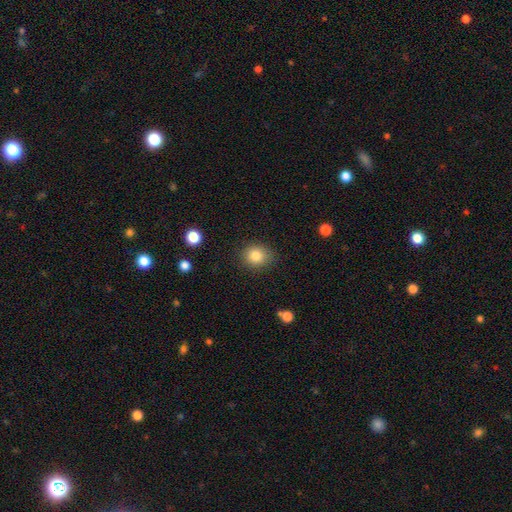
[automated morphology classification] Smooth or featured?
  - smooth: 84% *
  - star or artifact: 10%
  - featured or disk: 6%
How rounded?
  - round: 70% *
  - in between: 29%
  - cigar-shaped: 1%
Merging?
  - none: 85% *
  - minor disturbance: 11%
  - major disturbance: 3%
  - merger: 1%